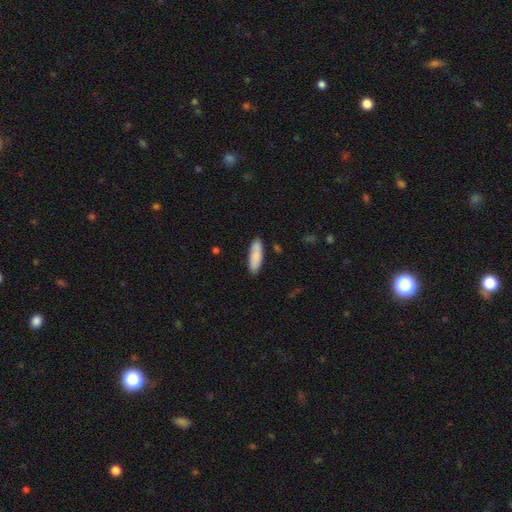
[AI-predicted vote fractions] This is clearly a smooth galaxy (86%). How rounded: possibly in between (51%). Merging: clearly none (85%).